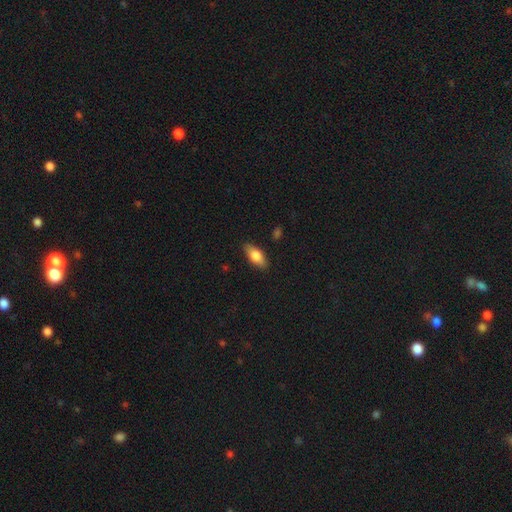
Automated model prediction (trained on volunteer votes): A smooth galaxy with no disk features (74%) that is in between round and cigar-shaped (82%).

Vote fractions:
- Smooth or featured? smooth: 74% / featured or disk: 20% / star or artifact: 6%
- How rounded? in between: 82% / cigar-shaped: 15% / round: 3%
- Merging? none: 86% / minor disturbance: 10% / major disturbance: 2% / merger: 1%